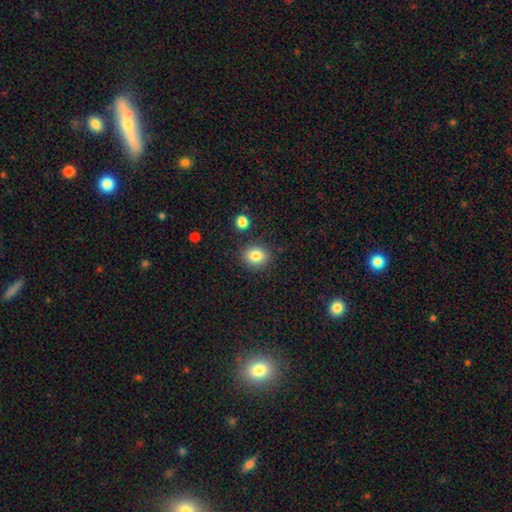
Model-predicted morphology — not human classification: A smooth galaxy with no disk features (83%) that is round (71%).

Vote fractions:
- Smooth or featured? smooth: 83% / star or artifact: 10% / featured or disk: 7%
- How rounded? round: 71% / in between: 28% / cigar-shaped: 1%
- Merging? none: 85% / minor disturbance: 8% / merger: 4% / major disturbance: 3%